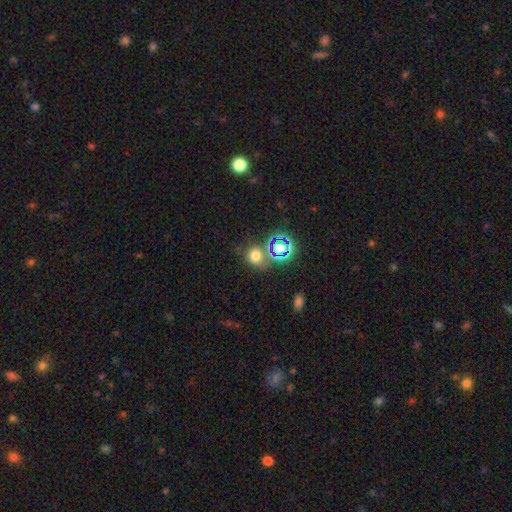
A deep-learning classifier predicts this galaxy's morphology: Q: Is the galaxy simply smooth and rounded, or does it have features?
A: smooth — 62%.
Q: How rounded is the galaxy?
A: round — 77%.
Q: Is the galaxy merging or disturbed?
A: none — 68%.